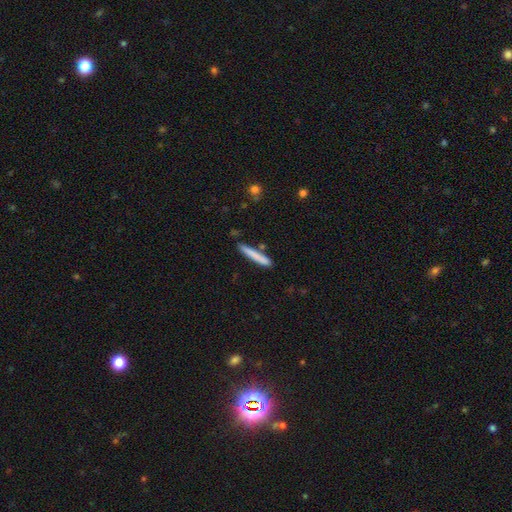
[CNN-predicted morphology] A smooth galaxy with no disk features (76%) that is cigar-shaped (96%).

Vote fractions:
- Smooth or featured? smooth: 76% / featured or disk: 18% / star or artifact: 6%
- How rounded? cigar-shaped: 96% / in between: 3% / round: 1%
- Merging? none: 84% / minor disturbance: 10% / merger: 4% / major disturbance: 2%